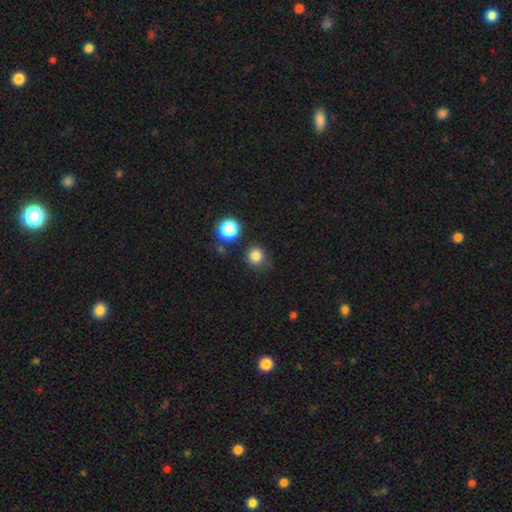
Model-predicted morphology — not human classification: This appears to be a smooth galaxy with no disk features (82%) that is round (91%). Merging: none (81%).